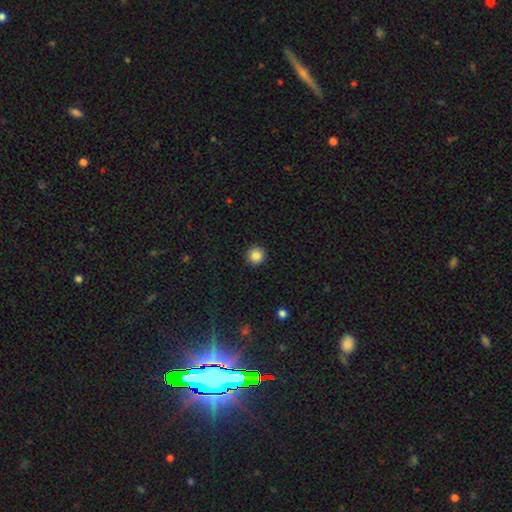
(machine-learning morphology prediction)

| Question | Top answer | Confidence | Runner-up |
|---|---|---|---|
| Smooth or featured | smooth | 86% | star or artifact (10%) |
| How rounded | round | 94% | in between (5%) |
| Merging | none | 92% | minor disturbance (5%) |